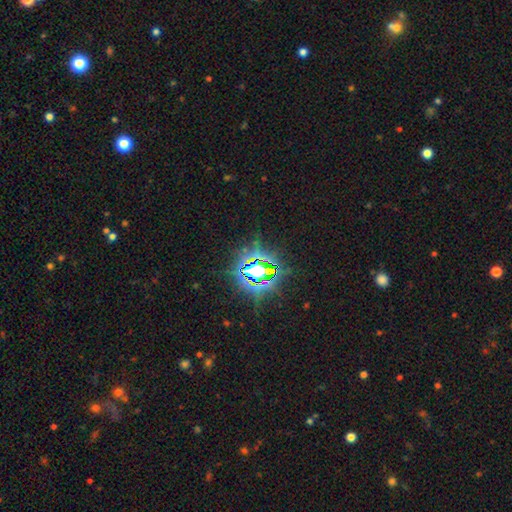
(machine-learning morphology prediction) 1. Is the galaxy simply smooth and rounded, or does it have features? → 84% star or artifact, 9% smooth, 6% featured or disk.